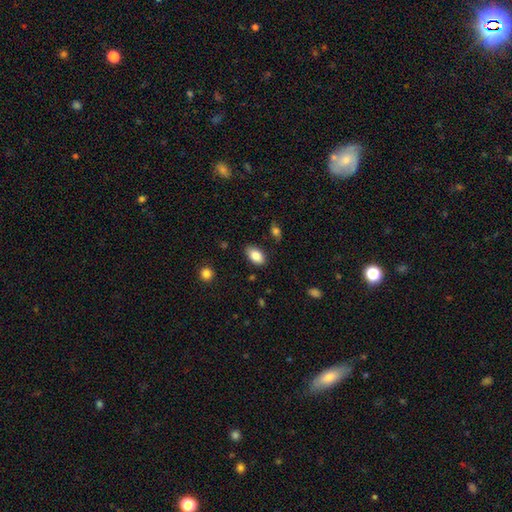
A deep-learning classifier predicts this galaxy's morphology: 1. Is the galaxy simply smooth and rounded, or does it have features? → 85% smooth, 8% featured or disk, 8% star or artifact.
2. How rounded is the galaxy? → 92% in between, 6% round, 2% cigar-shaped.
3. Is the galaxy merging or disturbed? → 84% none, 11% minor disturbance, 3% major disturbance, 2% merger.